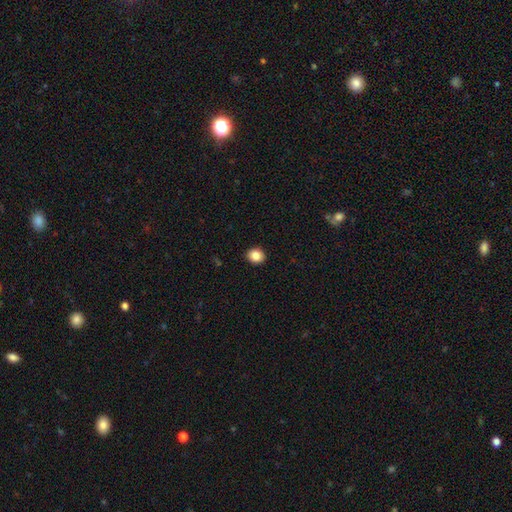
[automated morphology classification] This is clearly a smooth galaxy (85%). How rounded: likely round (76%). Merging: clearly none (92%).